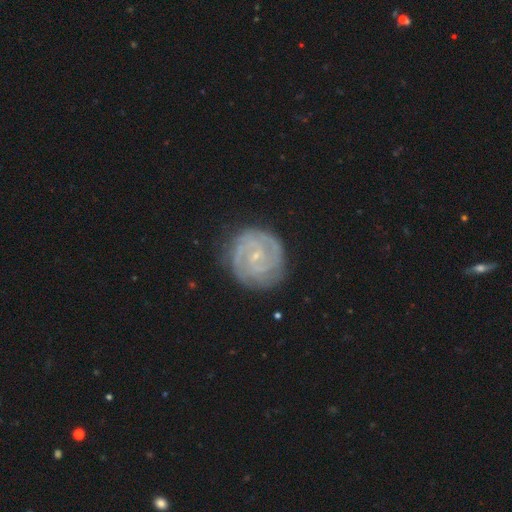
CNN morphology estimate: This is clearly a featured or disk galaxy (83%). It is clearly not viewed edge-on (98%). Bar: possibly no (48%). Spiral arm pattern: clearly yes (96%). Spiral arm count: marginally 2 (44%). Spiral winding: likely tight (72%). Central bulge: clearly small (83%). Merging: clearly none (81%).